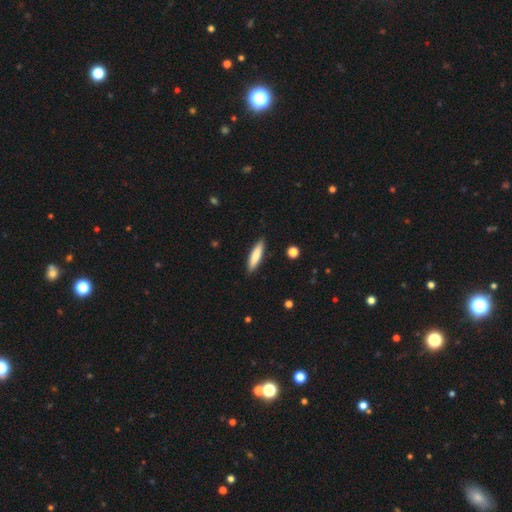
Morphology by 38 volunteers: Overall: smooth (74%). How rounded: cigar-shaped (82%). Merging: none (94%).